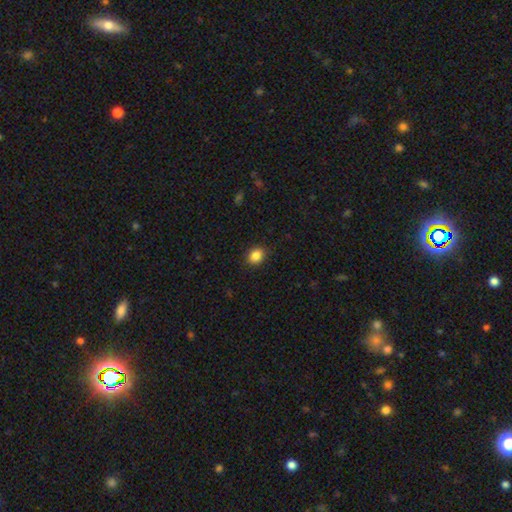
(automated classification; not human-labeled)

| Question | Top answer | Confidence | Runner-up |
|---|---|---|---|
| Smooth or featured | smooth | 86% | star or artifact (10%) |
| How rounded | round | 61% | in between (38%) |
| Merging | none | 89% | minor disturbance (8%) |